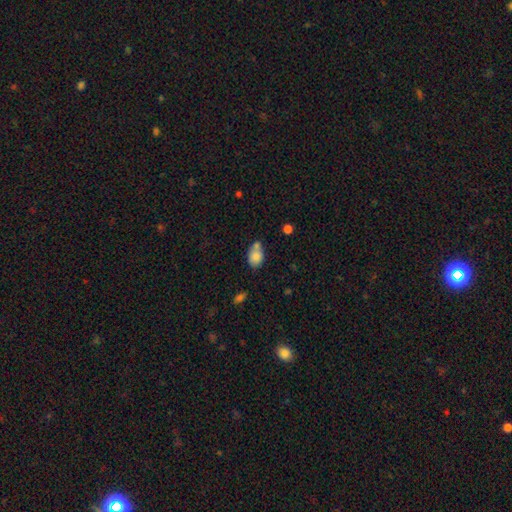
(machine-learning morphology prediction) Q: Smooth or featured?
A: smooth (81%); runner-up: featured or disk (11%)
Q: How rounded?
A: in between (72%); runner-up: round (27%)
Q: Merging?
A: none (43%); runner-up: merger (32%)